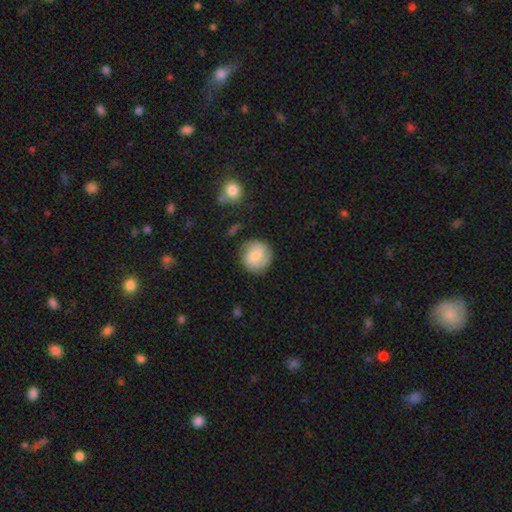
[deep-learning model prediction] Overall: smooth (63%; featured or disk 29%). How rounded: round (92%). Merging: none (79%).